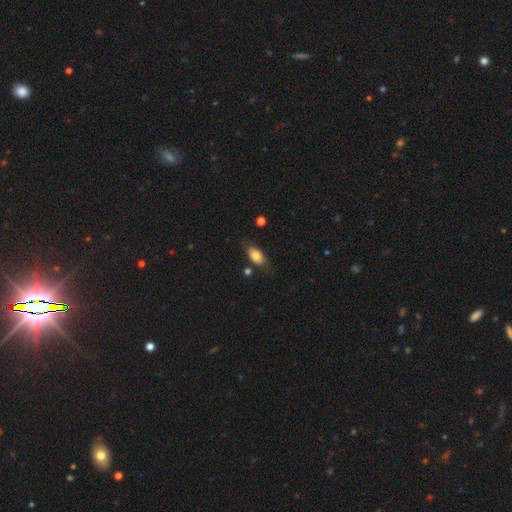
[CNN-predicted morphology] This is likely a smooth galaxy (79%). How rounded: clearly in between (89%). Merging: likely none (74%).